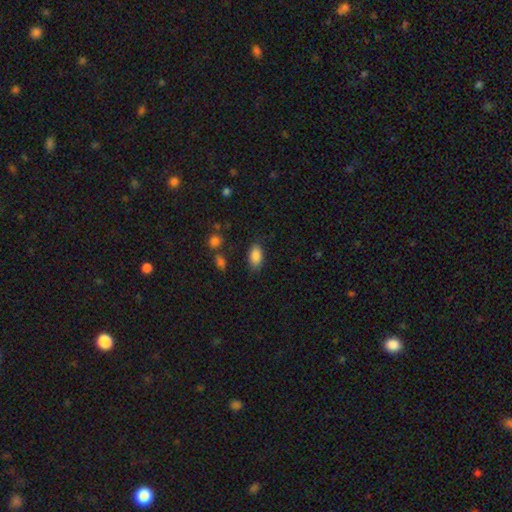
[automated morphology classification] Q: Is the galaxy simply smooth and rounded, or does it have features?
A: smooth — 87%.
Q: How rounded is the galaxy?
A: in between — 92%.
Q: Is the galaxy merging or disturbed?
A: none — 81%.